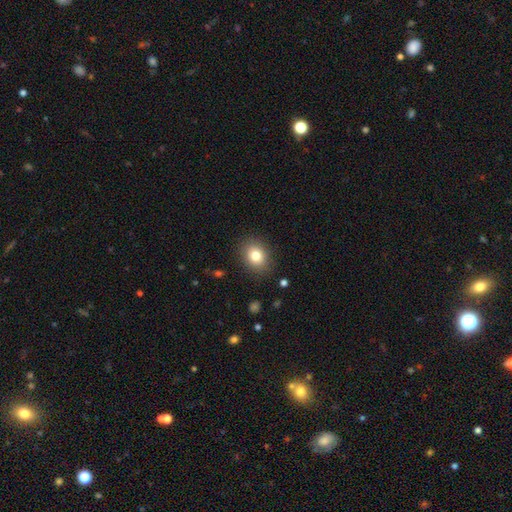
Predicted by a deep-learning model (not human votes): The model was most divided on "how rounded": round: 58%, in between: 41%, cigar-shaped: 1%. More confident: merging — none (87%); smooth or featured — smooth (80%).